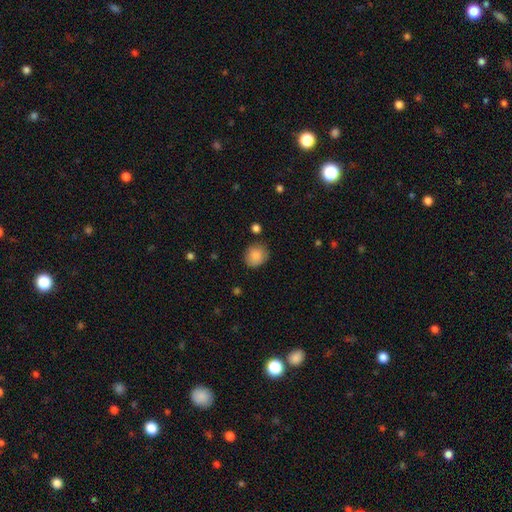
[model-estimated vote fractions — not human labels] The model was most divided on "how rounded": round: 76%, in between: 23%, cigar-shaped: 1%. More confident: smooth or featured — smooth (87%); merging — none (81%).